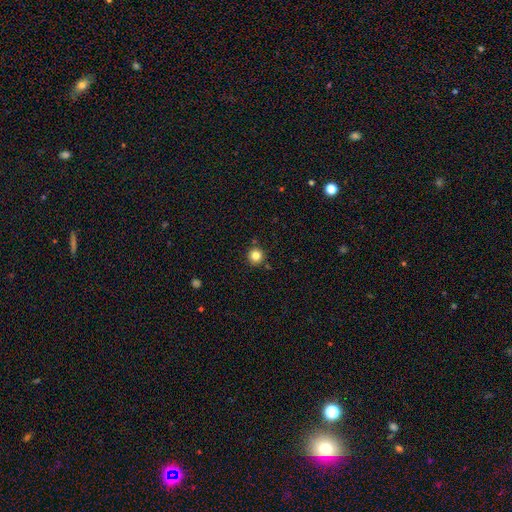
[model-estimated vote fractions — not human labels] Smooth or featured? smooth (83%)
How rounded? round (95%)
Merging? none (87%)